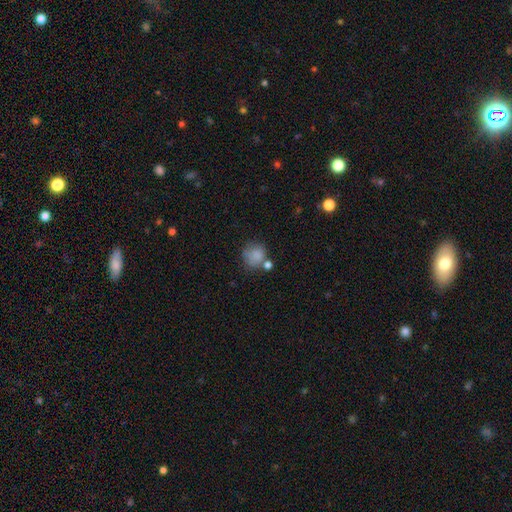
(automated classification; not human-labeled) A smooth galaxy with no disk features (82%) that is round (80%).

Vote fractions:
- Smooth or featured? smooth: 82% / star or artifact: 10% / featured or disk: 8%
- How rounded? round: 80% / in between: 19% / cigar-shaped: 1%
- Merging? none: 56% / merger: 18% / minor disturbance: 18% / major disturbance: 8%